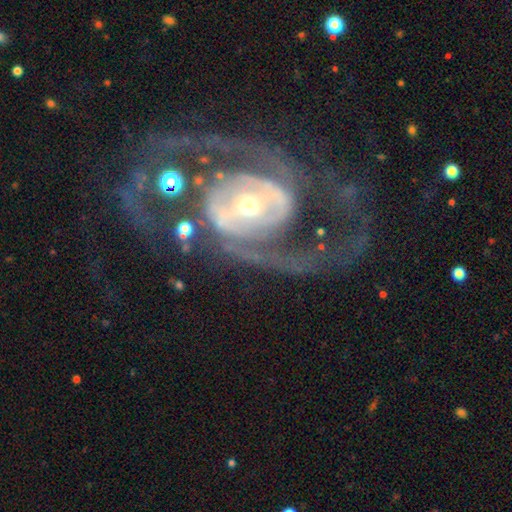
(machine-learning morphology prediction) smooth-or-featured: featured or disk: 88% | smooth: 6% | star or artifact: 5%
  disk-edge-on: no: 97% | yes: 3%
    bar: no: 34% | weak: 33% | strong: 32%
    has-spiral-arms: yes: 91% | no: 9%
      spiral-winding: medium: 48% | loose: 31% | tight: 20%
      spiral-arm-count: 2: 83% | can't tell: 6% | 1: 4% | 3: 3% | 4: 2% | more than 4: 2%
    bulge-size: moderate: 51% | small: 41% | large: 5% | dominant: 1% | none: 1%
  merging: none: 54% | major disturbance: 27% | minor disturbance: 14% | merger: 5%